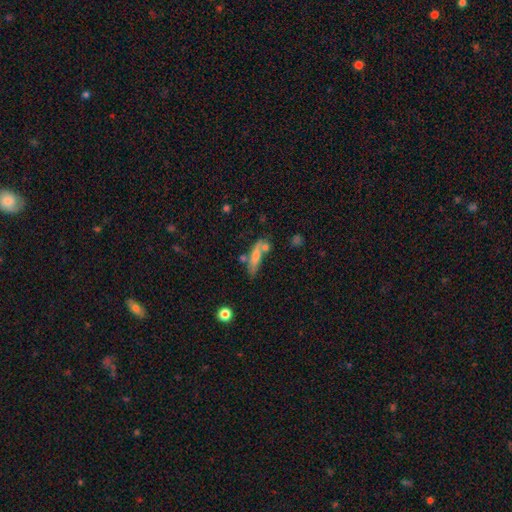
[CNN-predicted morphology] This appears to be a smooth galaxy with no disk features (62%) that is cigar-shaped (70%). Merging: none (48%).